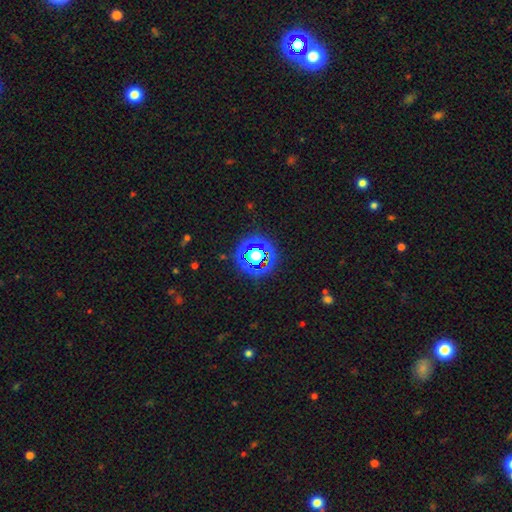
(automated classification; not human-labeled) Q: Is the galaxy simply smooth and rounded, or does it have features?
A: star or artifact — 56%.